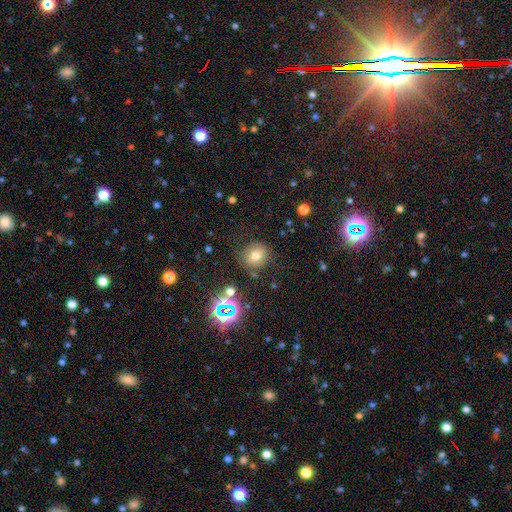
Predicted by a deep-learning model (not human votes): A smooth galaxy with no disk features (66%) that is round (83%).

Vote fractions:
- Smooth or featured? smooth: 66% / star or artifact: 21% / featured or disk: 13%
- How rounded? round: 83% / in between: 16% / cigar-shaped: 1%
- Merging? none: 77% / minor disturbance: 14% / major disturbance: 6% / merger: 4%